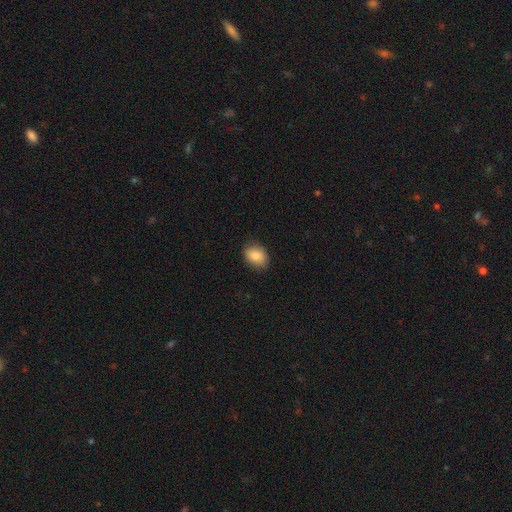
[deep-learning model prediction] The model was most divided on "how rounded": in between: 72%, round: 27%, cigar-shaped: 1%. More confident: smooth or featured — smooth (85%); merging — none (84%).